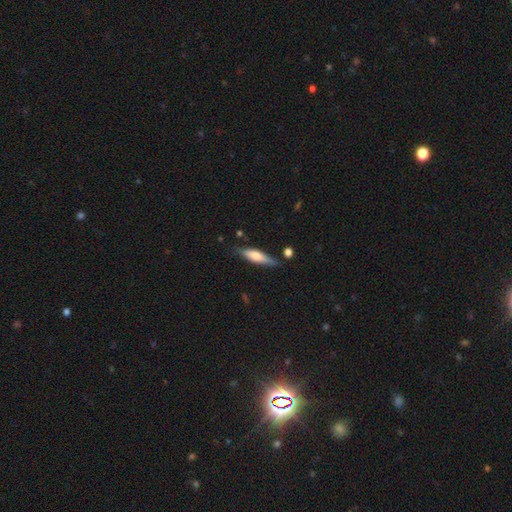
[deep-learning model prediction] Smooth or featured: smooth — 53% (featured or disk — 41%)
How rounded: cigar-shaped — 65% (in between — 33%)
Merging: none — 76% (minor disturbance — 17%)